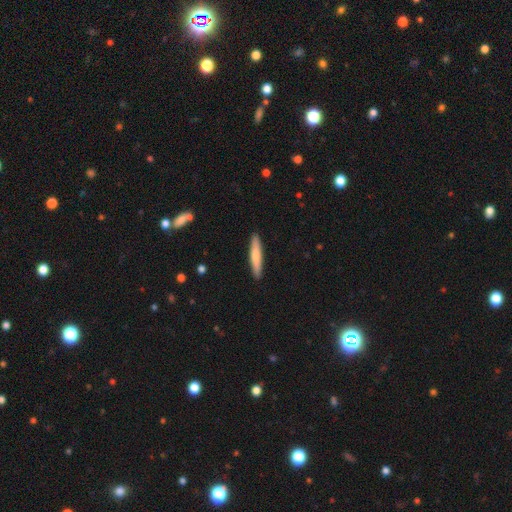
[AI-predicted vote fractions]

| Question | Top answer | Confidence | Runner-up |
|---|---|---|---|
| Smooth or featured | smooth | 73% | featured or disk (22%) |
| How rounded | cigar-shaped | 91% | in between (7%) |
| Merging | none | 91% | minor disturbance (6%) |